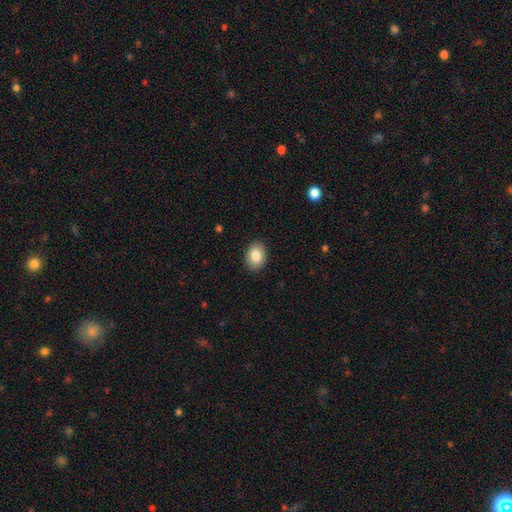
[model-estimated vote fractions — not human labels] smooth_or_featured: smooth (p=0.85) [alt: star or artifact p=0.08]
how_rounded: in between (p=0.71) [alt: round p=0.28]
merging: none (p=0.90) [alt: minor disturbance p=0.07]